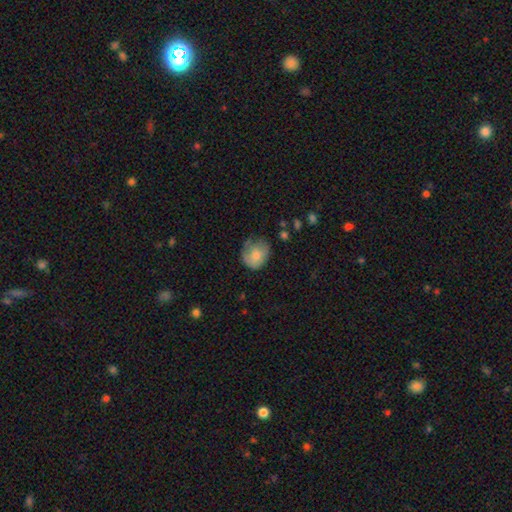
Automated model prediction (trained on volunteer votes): Smooth or featured? Predicted: smooth (p=0.71). How rounded? Predicted: round (p=0.69). Merging? Predicted: none (p=0.47).